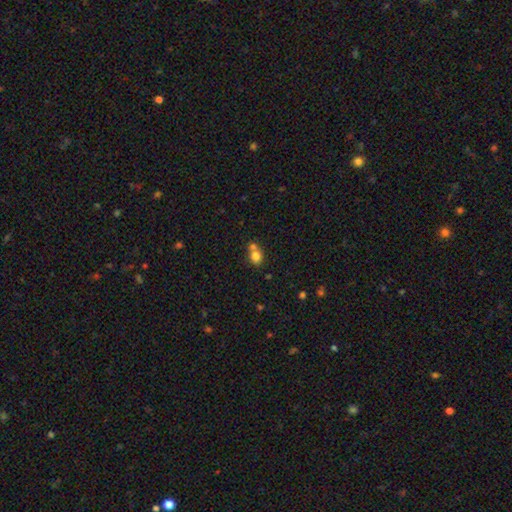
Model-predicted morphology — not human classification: The model was most divided on "merging": none: 46%, merger: 43%, minor disturbance: 8%, major disturbance: 3%. More confident: smooth or featured — smooth (79%); how rounded — round (71%).